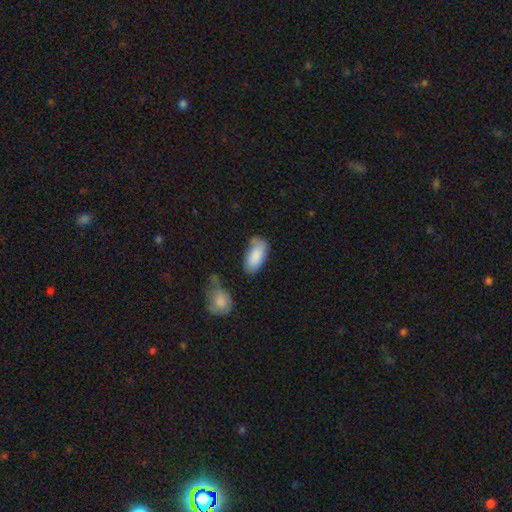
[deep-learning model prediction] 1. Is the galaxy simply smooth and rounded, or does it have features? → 86% smooth, 7% featured or disk, 6% star or artifact.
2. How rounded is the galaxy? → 93% in between, 5% cigar-shaped, 2% round.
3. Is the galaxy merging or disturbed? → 56% none, 29% minor disturbance, 8% major disturbance, 7% merger.